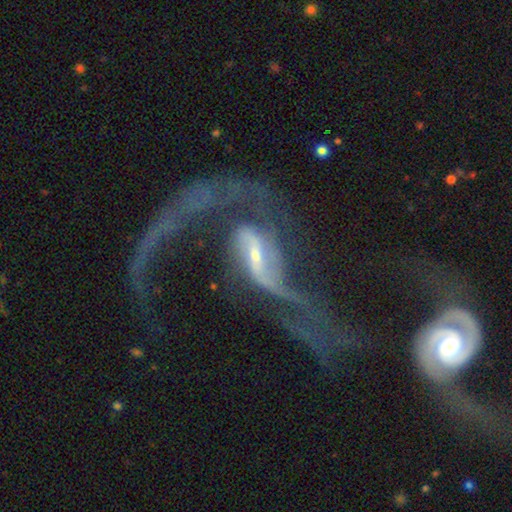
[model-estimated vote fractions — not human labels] Morphology: type=featured or disk (85%); edge-on=no (90%); bar=strong (48%); spiral arms=yes (89%); winding=loose (77%); arm count=2 (78%); bulge=small (61%); merging=major disturbance (48%).